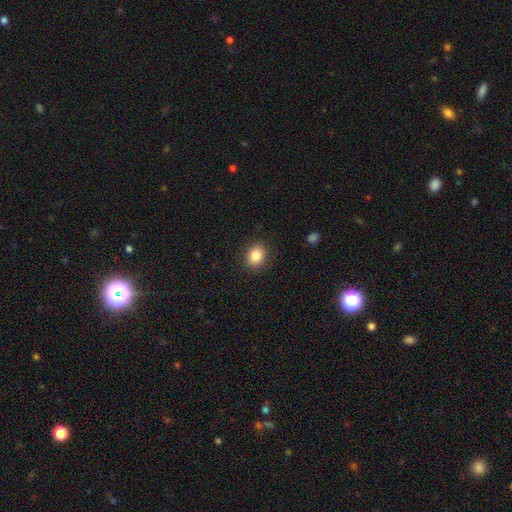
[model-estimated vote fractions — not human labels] The model was most divided on "how rounded": round: 51%, in between: 48%, cigar-shaped: 1%. More confident: merging — none (89%); smooth or featured — smooth (84%).